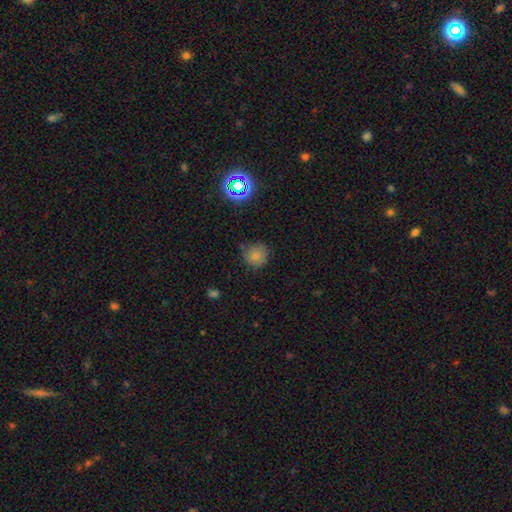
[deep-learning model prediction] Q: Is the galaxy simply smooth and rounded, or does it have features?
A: smooth — 77%.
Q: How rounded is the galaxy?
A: round — 91%.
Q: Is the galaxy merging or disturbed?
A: none — 73%.